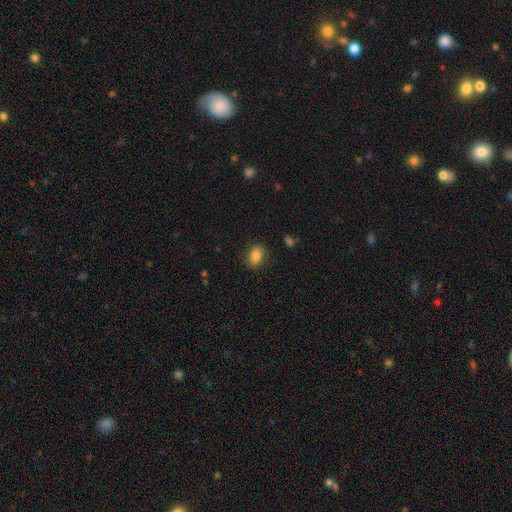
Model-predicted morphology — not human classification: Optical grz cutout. It shows a smooth galaxy with no disk features (85%) that is in between round and cigar-shaped (75%). Merging: none (86%).